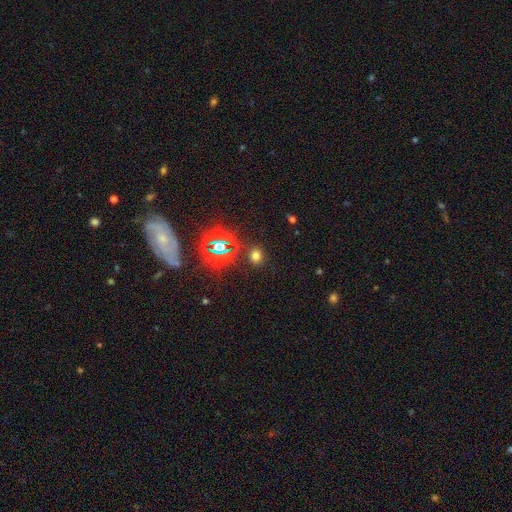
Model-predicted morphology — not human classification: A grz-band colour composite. It shows a smooth galaxy with no disk features (61%) that is round (64%). Merging: none (85%).